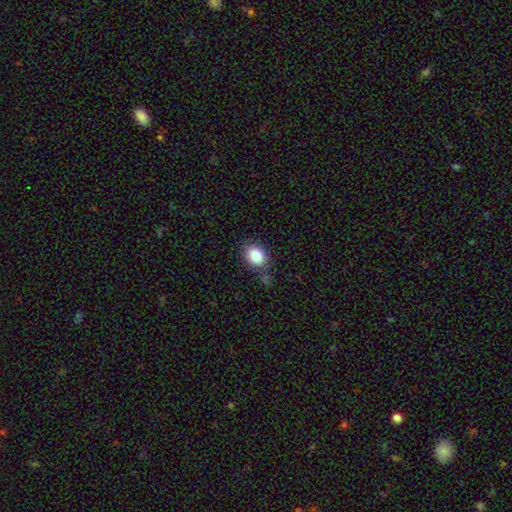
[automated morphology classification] A smooth galaxy with no disk features (87%) that is in between round and cigar-shaped (59%).

Vote fractions:
- Smooth or featured? smooth: 87% / star or artifact: 8% / featured or disk: 5%
- How rounded? in between: 59% / round: 40% / cigar-shaped: 1%
- Merging? none: 71% / minor disturbance: 18% / merger: 6% / major disturbance: 6%